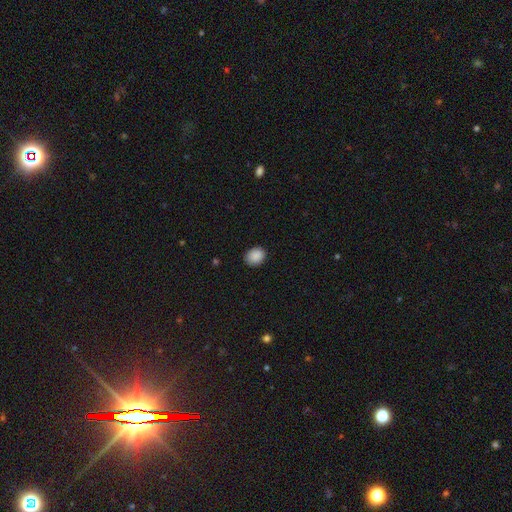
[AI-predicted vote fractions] Overall: smooth (89%). How rounded: round (56%; in between 43%). Merging: none (87%).